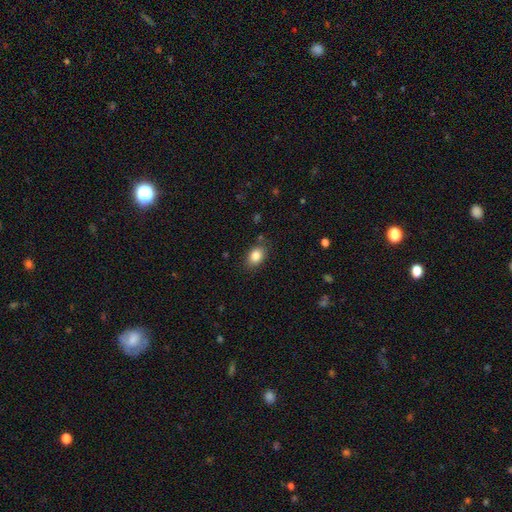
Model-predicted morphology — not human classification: type=smooth (85%); roundness=in between (79%); merging=none (83%).